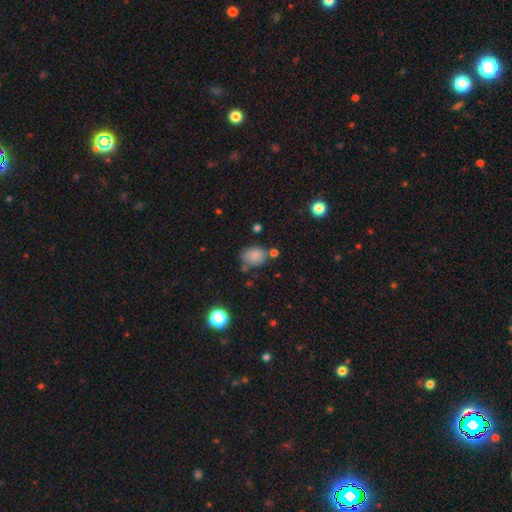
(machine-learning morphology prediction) The model was most divided on "how rounded": in between: 50%, round: 49%, cigar-shaped: 1%. More confident: smooth or featured — smooth (82%); merging — none (63%).